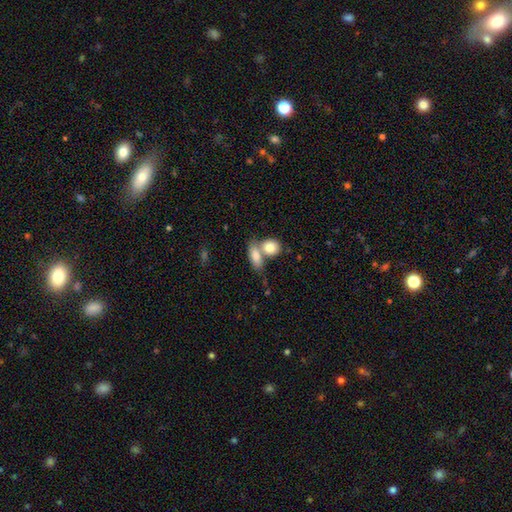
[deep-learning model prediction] This is clearly a smooth galaxy (82%). How rounded: likely in between (79%). Merging: possibly merger (53%).